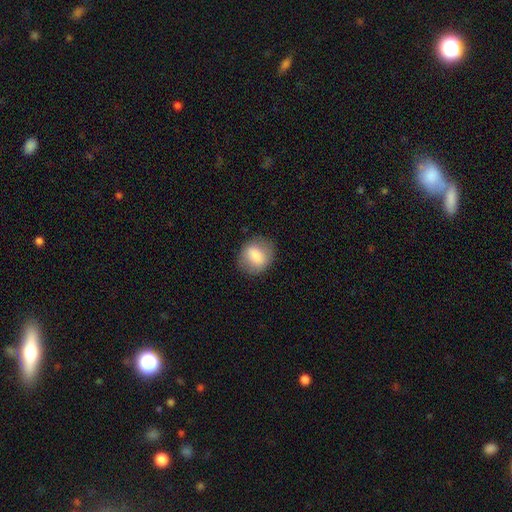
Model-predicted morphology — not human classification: smooth 76%, featured or disk 16%, star or artifact 7%. Down the decision tree: how rounded — round (60%); merging — none (82%).